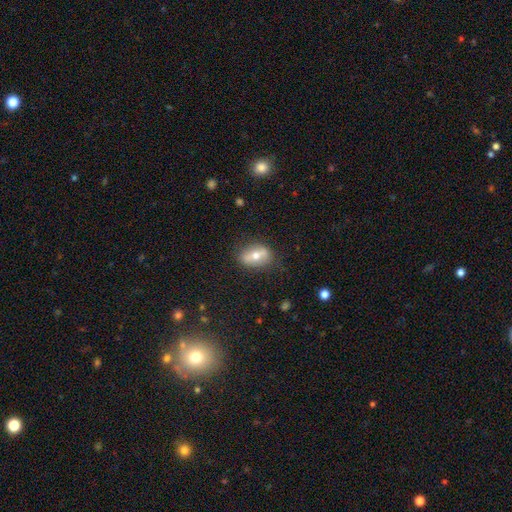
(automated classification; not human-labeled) A smooth galaxy with no disk features (47%). Merging: none (78%).